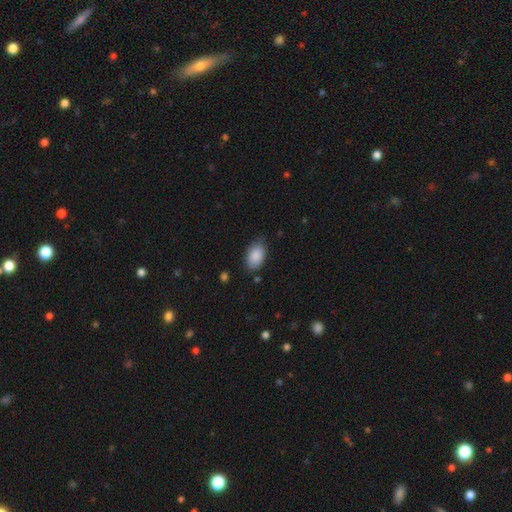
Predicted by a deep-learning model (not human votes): Smooth or featured? smooth (88%)
How rounded? in between (92%)
Merging? none (77%)